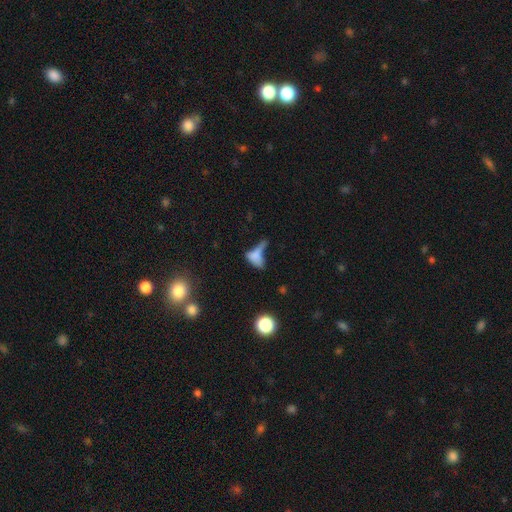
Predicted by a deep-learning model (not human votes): Smooth or featured? Predicted: smooth (p=0.59). How rounded? Predicted: in between (p=0.74). Merging? Predicted: major disturbance (p=0.32).